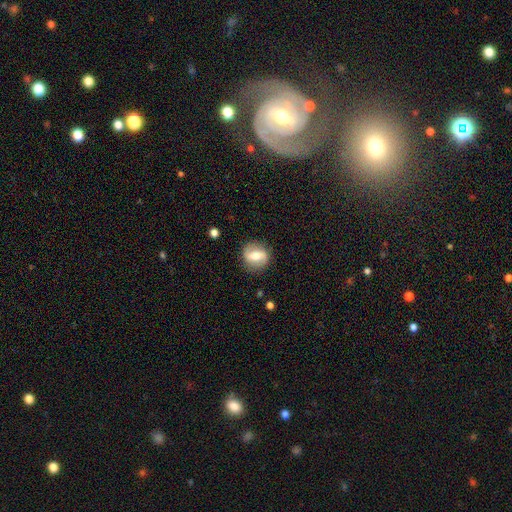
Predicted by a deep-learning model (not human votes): A featured or disk galaxy (55%) with a strong bar (45%), spiral arms (69%) and a moderate central bulge (61%).

Vote fractions:
- Smooth or featured? featured or disk: 55% / smooth: 38% / star or artifact: 7%
- Edge-on disk? no: 93% / yes: 7%
- Bar? strong: 45% / weak: 36% / no: 19%
- Spiral arms? yes: 69% / no: 31%
- Bulge size? moderate: 61% / small: 18% / large: 16% / dominant: 3% / none: 3%
- Merging? none: 84% / minor disturbance: 11% / major disturbance: 4% / merger: 1%